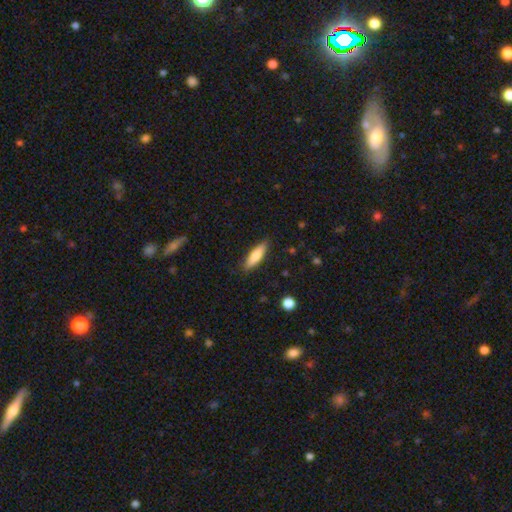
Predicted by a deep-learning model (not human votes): Smooth or featured? smooth (77%)
How rounded? cigar-shaped (62%)
Merging? none (87%)